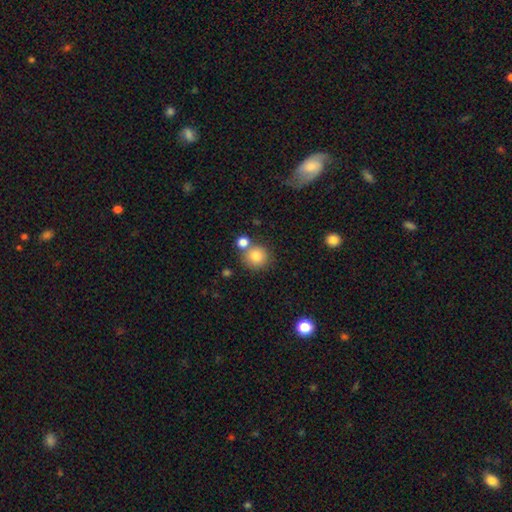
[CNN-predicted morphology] This appears to be a smooth galaxy with no disk features (82%) that is round (91%). Merging: none (66%).